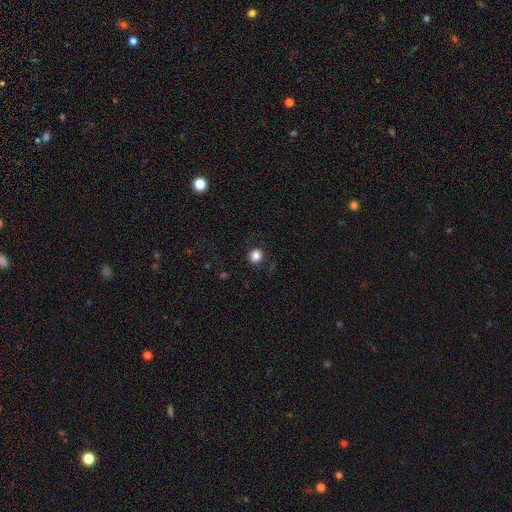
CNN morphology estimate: The model was most divided on "smooth or featured": smooth: 84%, star or artifact: 11%, featured or disk: 5%. More confident: merging — none (89%); how rounded — round (88%).